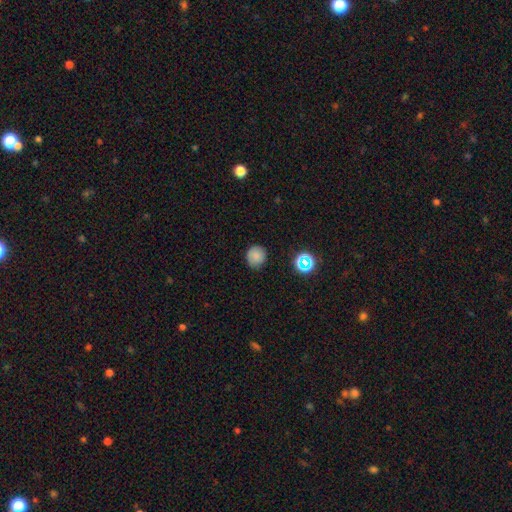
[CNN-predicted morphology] Smooth or featured? Predicted: smooth (p=0.82). How rounded? Predicted: round (p=0.91). Merging? Predicted: none (p=0.86).